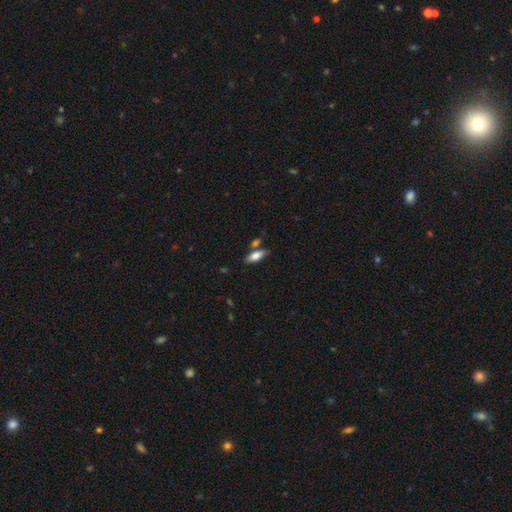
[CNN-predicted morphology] Smooth or featured: smooth — 70% (featured or disk — 23%)
How rounded: in between — 68% (cigar-shaped — 30%)
Merging: none — 69% (minor disturbance — 14%)